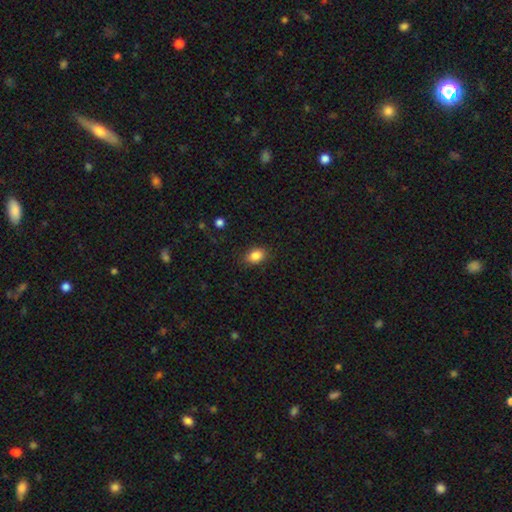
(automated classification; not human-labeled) Smooth or featured? smooth (86%)
How rounded? in between (73%)
Merging? none (86%)